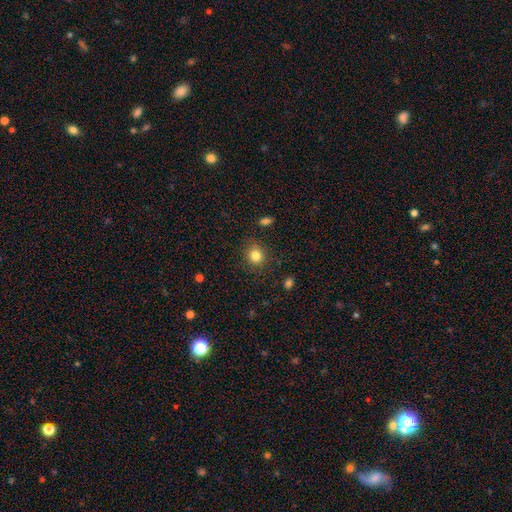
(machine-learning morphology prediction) Smooth or featured: smooth — 83% (star or artifact — 11%)
How rounded: round — 81% (in between — 18%)
Merging: none — 85% (minor disturbance — 10%)